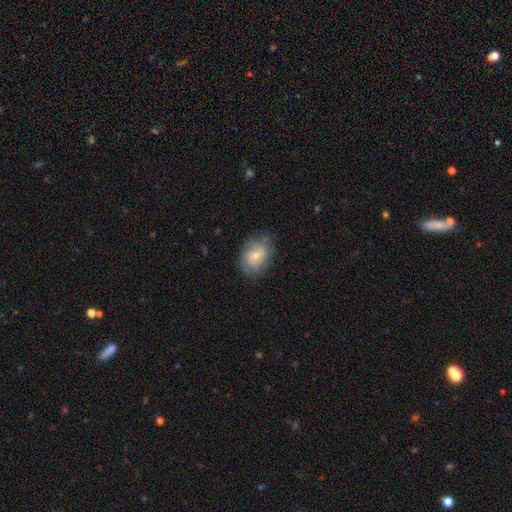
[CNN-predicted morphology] The model was most divided on "smooth or featured": smooth: 54%, featured or disk: 38%, star or artifact: 7%. More confident: merging — none (66%); how rounded — in between (59%).